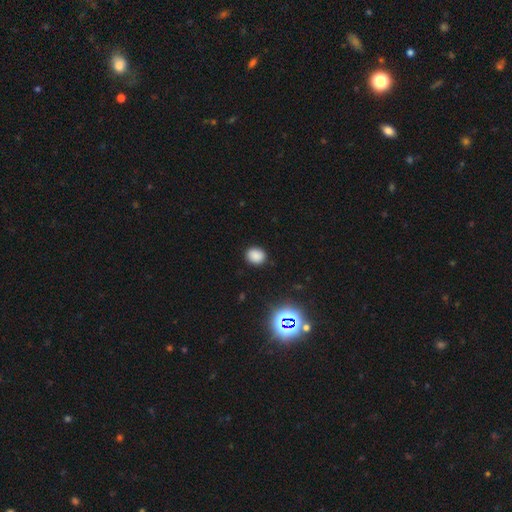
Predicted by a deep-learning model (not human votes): Smooth or featured? smooth (82%)
How rounded? round (62%)
Merging? none (88%)